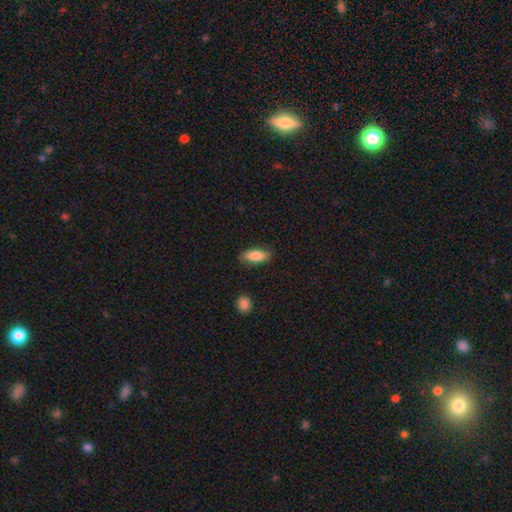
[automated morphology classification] Smooth or featured: smooth — 85% (featured or disk — 9%)
How rounded: in between — 78% (cigar-shaped — 20%)
Merging: none — 82% (minor disturbance — 13%)